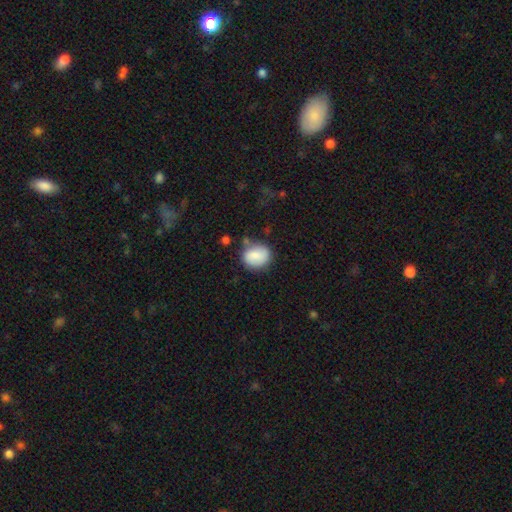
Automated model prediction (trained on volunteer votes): Smooth or featured? smooth (81%)
How rounded? round (61%)
Merging? none (68%)